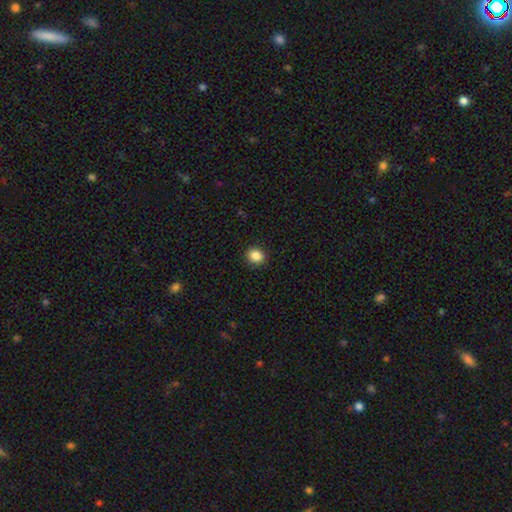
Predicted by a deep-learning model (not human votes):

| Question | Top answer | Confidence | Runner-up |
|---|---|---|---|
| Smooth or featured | smooth | 86% | star or artifact (10%) |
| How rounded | round | 72% | in between (27%) |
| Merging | none | 91% | minor disturbance (6%) |